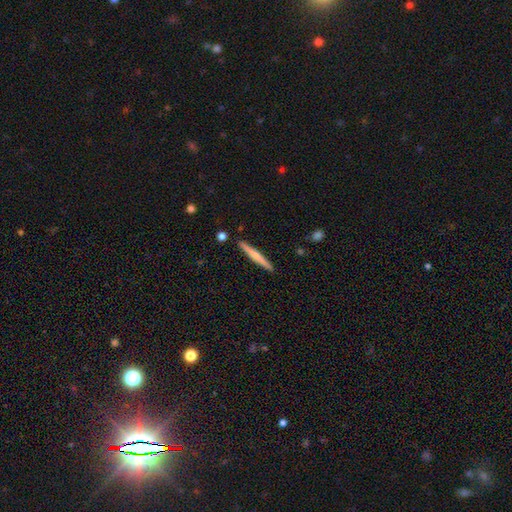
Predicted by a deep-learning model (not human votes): Morphology: type=smooth (53%); roundness=cigar-shaped (96%); merging=none (90%).